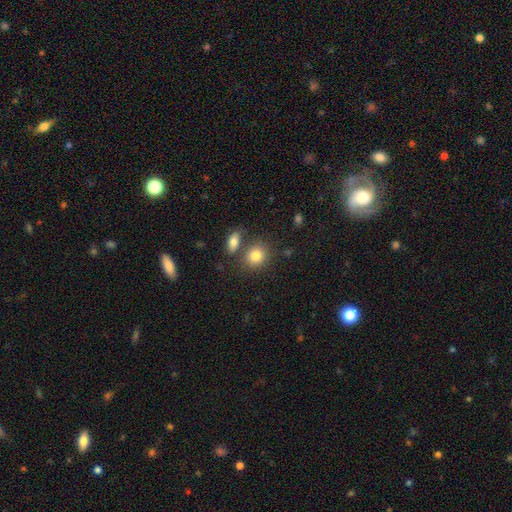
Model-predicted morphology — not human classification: smooth 83%, star or artifact 9%, featured or disk 8%. Down the decision tree: how rounded — round (66%); merging — none (67%).